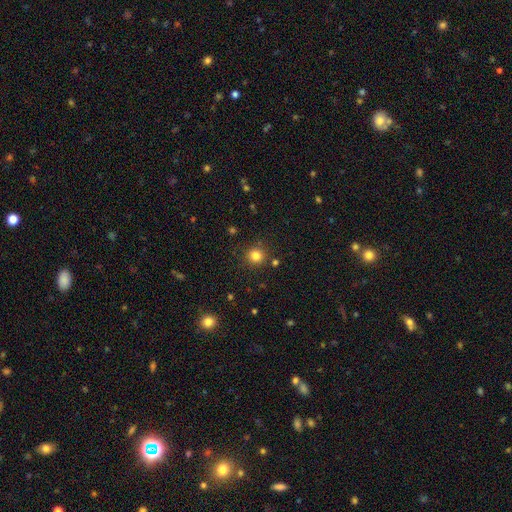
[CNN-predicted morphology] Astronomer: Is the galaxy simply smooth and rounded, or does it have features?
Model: smooth — 81%.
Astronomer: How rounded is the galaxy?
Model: round — 93%.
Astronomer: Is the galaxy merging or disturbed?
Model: none — 87%.